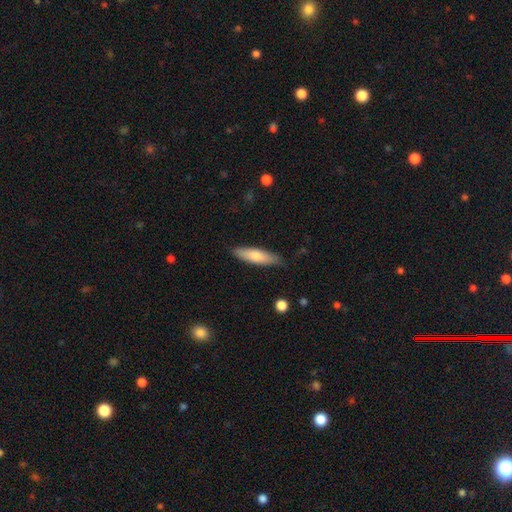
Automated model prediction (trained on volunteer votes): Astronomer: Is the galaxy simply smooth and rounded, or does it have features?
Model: smooth — 73%.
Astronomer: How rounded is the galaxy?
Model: cigar-shaped — 62%.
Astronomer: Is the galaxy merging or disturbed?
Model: none — 82%.